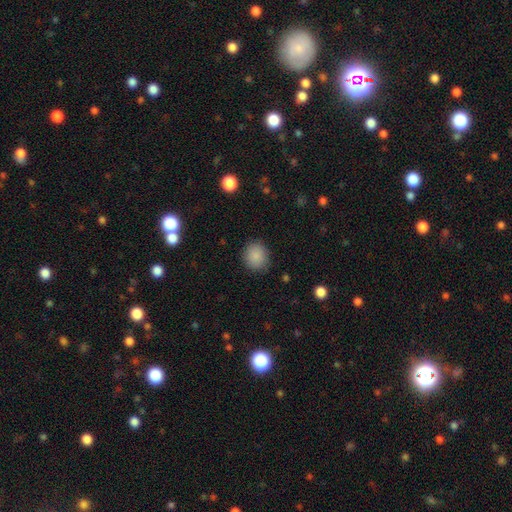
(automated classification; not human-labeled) Overall: smooth (87%). How rounded: round (81%). Merging: none (87%).